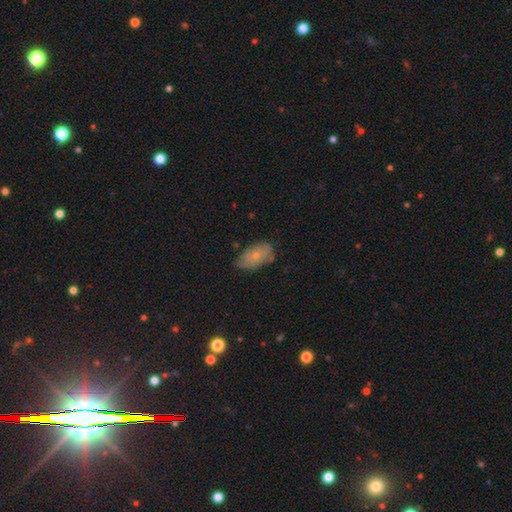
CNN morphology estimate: A smooth galaxy with no disk features (60%) that is in between round and cigar-shaped (92%). Merging: none (61%).